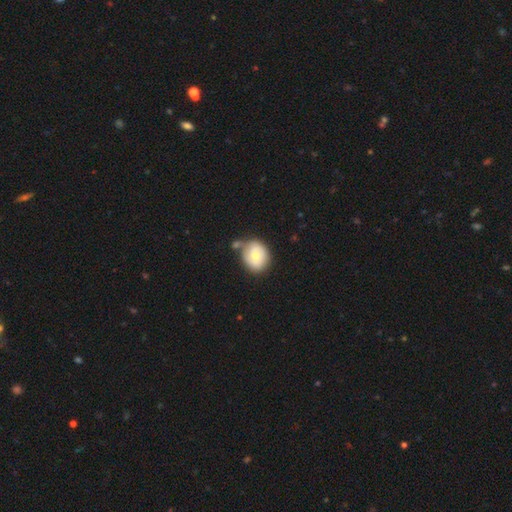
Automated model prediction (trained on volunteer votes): A smooth galaxy with no disk features (64%) that is round (68%). Merging: none (52%).